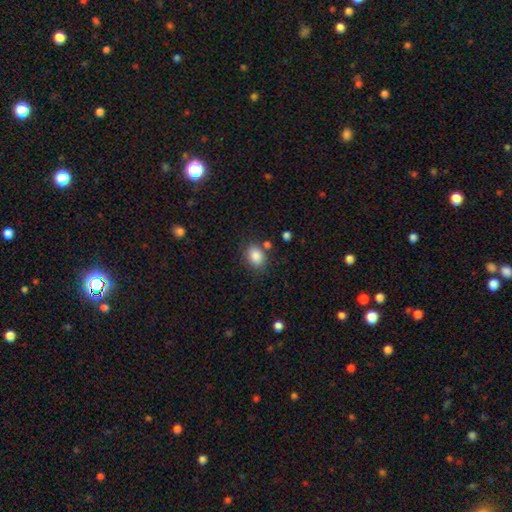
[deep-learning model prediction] Smooth or featured? smooth (86%)
How rounded? in between (69%)
Merging? none (75%)